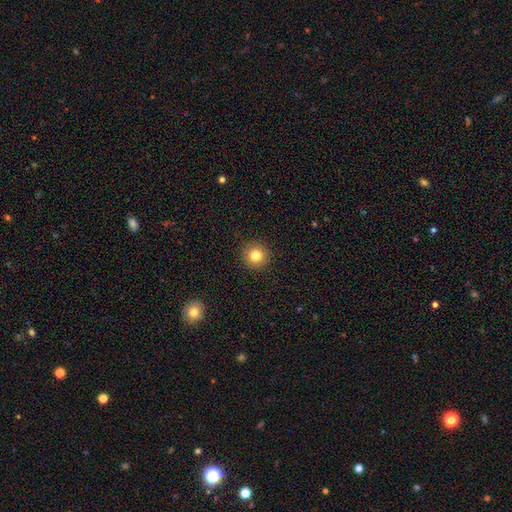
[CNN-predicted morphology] A smooth galaxy with no disk features (81%) that is round (95%).

Vote fractions:
- Smooth or featured? smooth: 81% / star or artifact: 12% / featured or disk: 7%
- How rounded? round: 95% / in between: 4% / cigar-shaped: 1%
- Merging? none: 92% / minor disturbance: 5% / major disturbance: 2% / merger: 1%